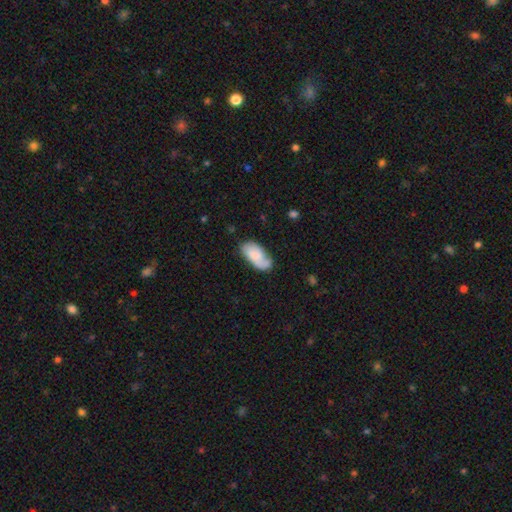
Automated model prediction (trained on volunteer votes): This appears to be a smooth galaxy with no disk features (68%) that is in between round and cigar-shaped (93%). Merging: none (53%).